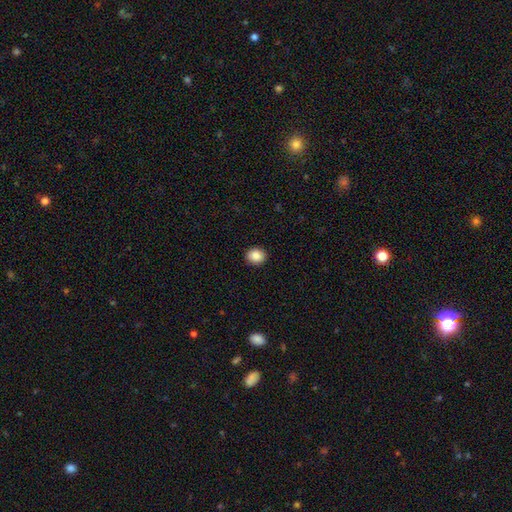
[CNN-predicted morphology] smooth-or-featured: smooth: 87% | star or artifact: 9% | featured or disk: 4%
  how-rounded: round: 74% | in between: 25% | cigar-shaped: 1%
  merging: none: 91% | minor disturbance: 6% | major disturbance: 2% | merger: 1%